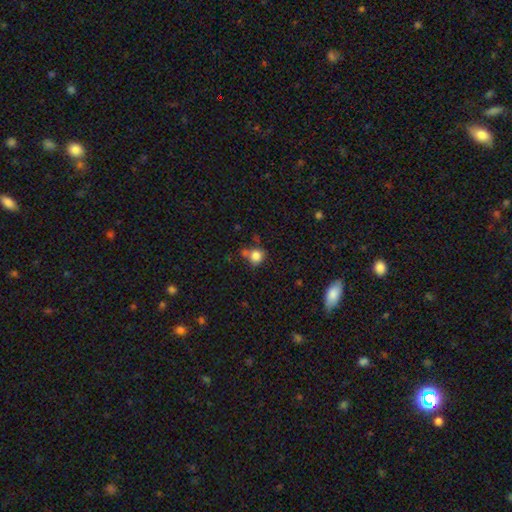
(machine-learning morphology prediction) Q: Smooth or featured?
A: smooth (81%); runner-up: star or artifact (11%)
Q: How rounded?
A: round (80%); runner-up: in between (19%)
Q: Merging?
A: none (55%); runner-up: minor disturbance (21%)